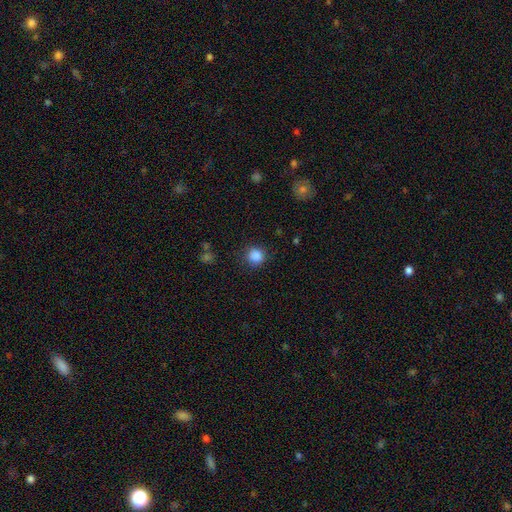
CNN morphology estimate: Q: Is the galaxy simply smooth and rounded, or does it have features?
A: smooth — 87%.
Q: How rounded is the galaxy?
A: round — 90%.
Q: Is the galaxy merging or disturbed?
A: none — 84%.